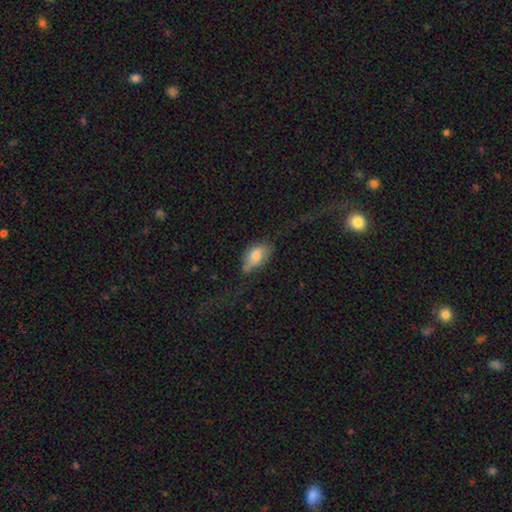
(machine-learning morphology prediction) A smooth galaxy with no disk features (70%) that is in between round and cigar-shaped (89%). Merging: none (40%).